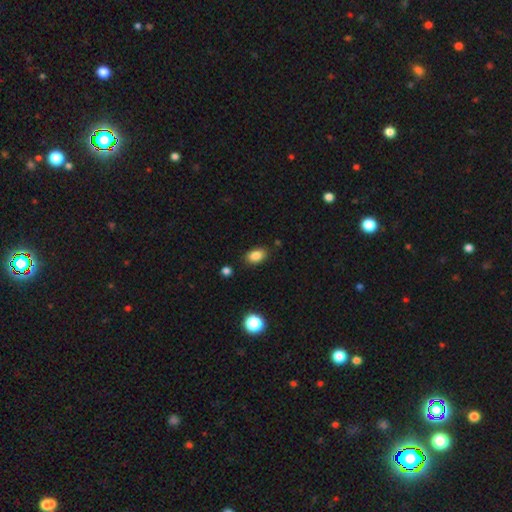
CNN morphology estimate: Smooth or featured? smooth (86%)
How rounded? in between (86%)
Merging? none (84%)